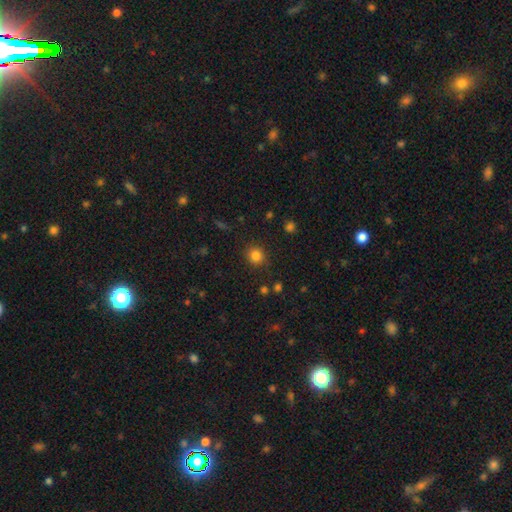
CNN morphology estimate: smooth_or_featured: smooth (p=0.83) [alt: star or artifact p=0.13]
how_rounded: round (p=0.85) [alt: in between p=0.14]
merging: none (p=0.88) [alt: minor disturbance p=0.08]